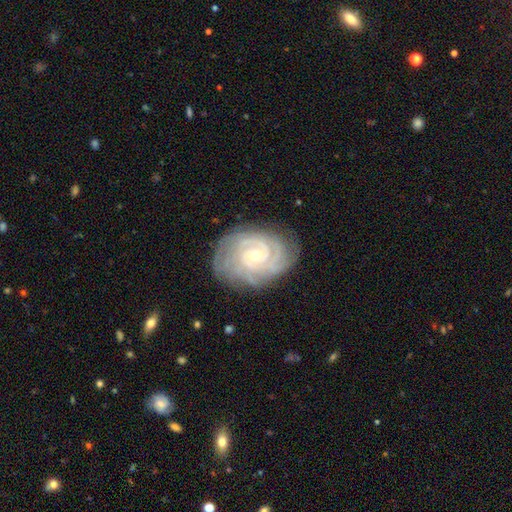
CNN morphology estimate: A featured or disk galaxy (88%) with no bar (65%), tight (79%) spiral arms (98%) and a small central bulge (62%). Merging: none (79%).